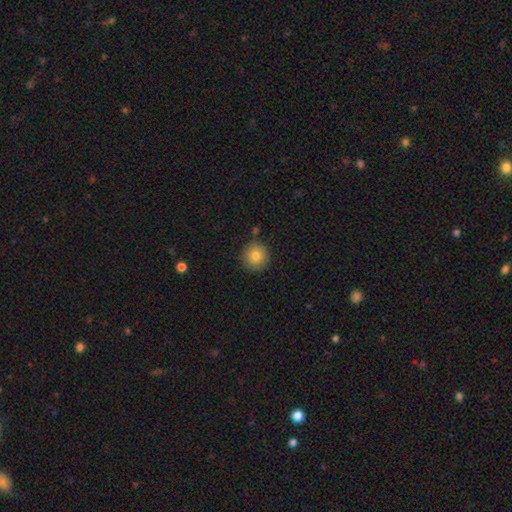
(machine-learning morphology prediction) Overall: smooth (82%). How rounded: round (94%). Merging: none (86%).